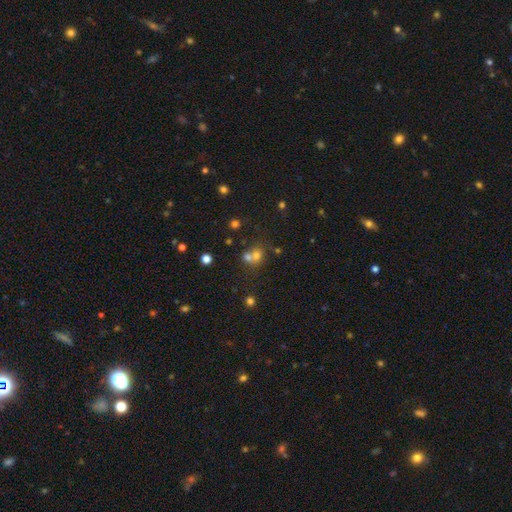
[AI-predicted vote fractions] A smooth galaxy with no disk features (65%) that is round (76%).

Vote fractions:
- Smooth or featured? smooth: 65% / star or artifact: 19% / featured or disk: 15%
- How rounded? round: 76% / in between: 23% / cigar-shaped: 1%
- Merging? merger: 54% / none: 35% / minor disturbance: 7% / major disturbance: 4%